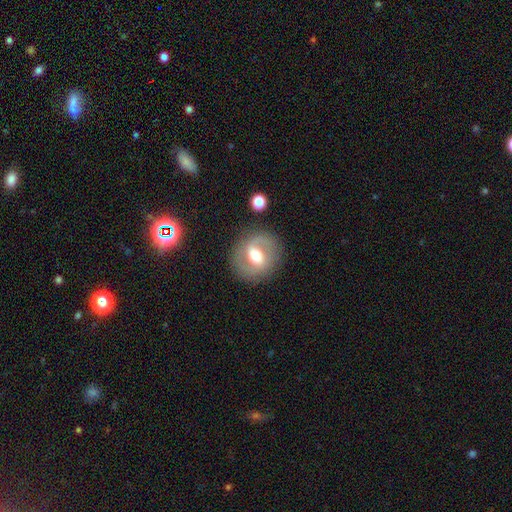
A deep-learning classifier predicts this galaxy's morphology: smooth-or-featured: featured or disk: 60% | smooth: 33% | star or artifact: 8%
  disk-edge-on: no: 95% | yes: 5%
    bar: weak: 48% | strong: 32% | no: 20%
    has-spiral-arms: yes: 65% | no: 35%
    bulge-size: moderate: 68% | large: 17% | small: 12% | dominant: 2% | none: 1%
  merging: none: 79% | minor disturbance: 13% | major disturbance: 6% | merger: 2%